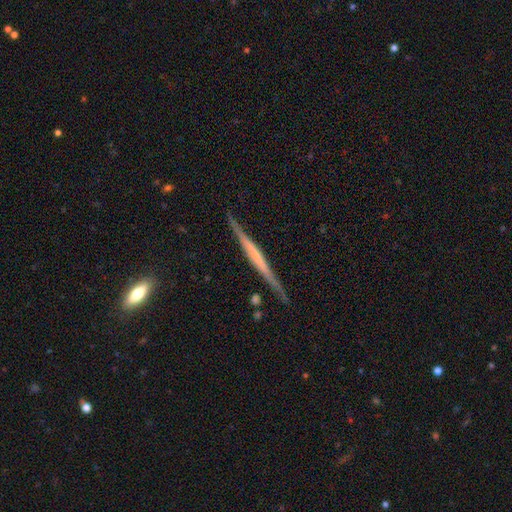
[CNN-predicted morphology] A featured or disk galaxy (70%) viewed edge-on (97%) with no central bulge (64%). Merging: none (86%).